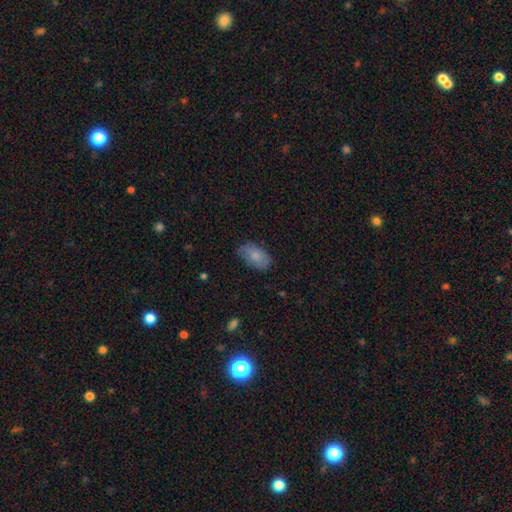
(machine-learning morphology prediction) A smooth galaxy with no disk features (76%) that is in between round and cigar-shaped (93%).

Vote fractions:
- Smooth or featured? smooth: 76% / featured or disk: 17% / star or artifact: 7%
- How rounded? in between: 93% / round: 5% / cigar-shaped: 2%
- Merging? none: 72% / minor disturbance: 22% / major disturbance: 5% / merger: 1%